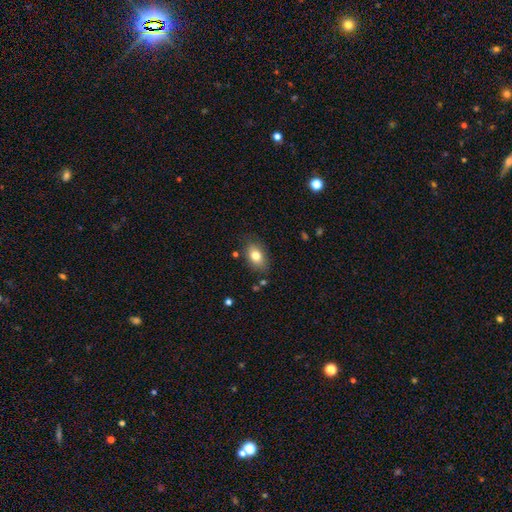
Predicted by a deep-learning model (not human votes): Overall: smooth (78%). How rounded: in between (85%). Merging: none (79%).